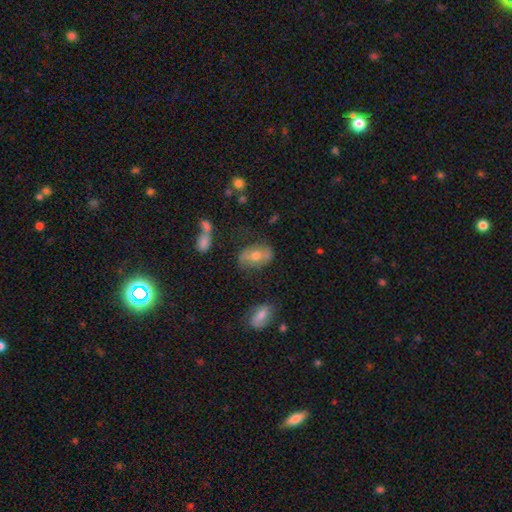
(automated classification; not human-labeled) smooth 47%, featured or disk 43%, star or artifact 10%. Down the decision tree: merging — none (70%).